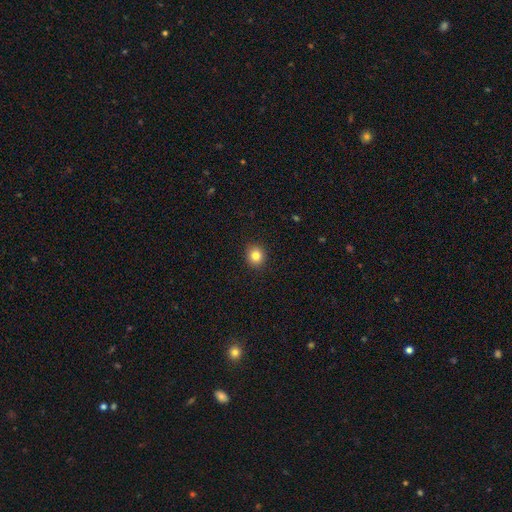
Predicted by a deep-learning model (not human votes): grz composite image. It shows a smooth galaxy with no disk features (82%) that is round (88%). Merging: none (92%).